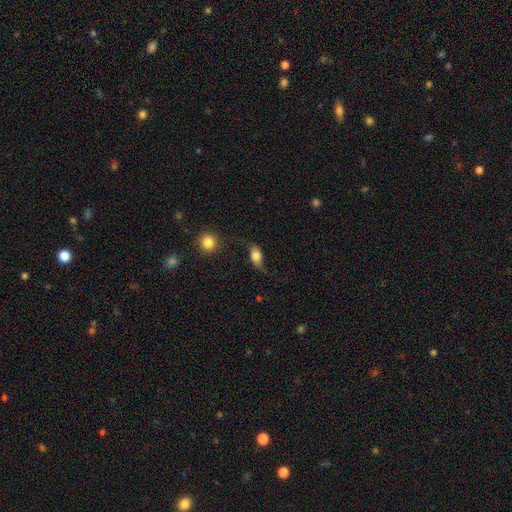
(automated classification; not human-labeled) Smooth or featured? Predicted: smooth (p=0.58). How rounded? Predicted: in between (p=0.79). Merging? Predicted: none (p=0.55).